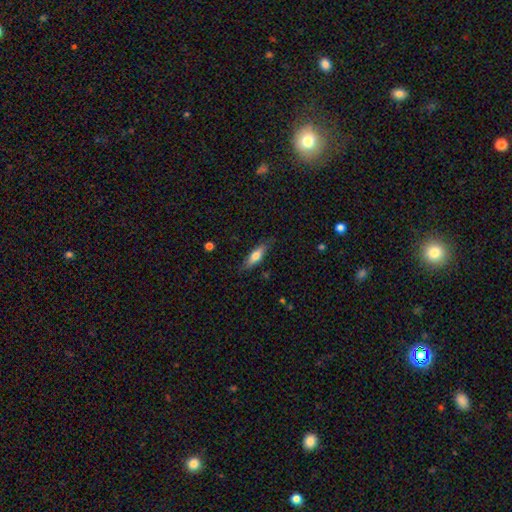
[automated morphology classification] smooth_or_featured: smooth (p=0.68) [alt: featured or disk p=0.26]
how_rounded: cigar-shaped (p=0.54) [alt: in between p=0.44]
merging: none (p=0.80) [alt: minor disturbance p=0.15]